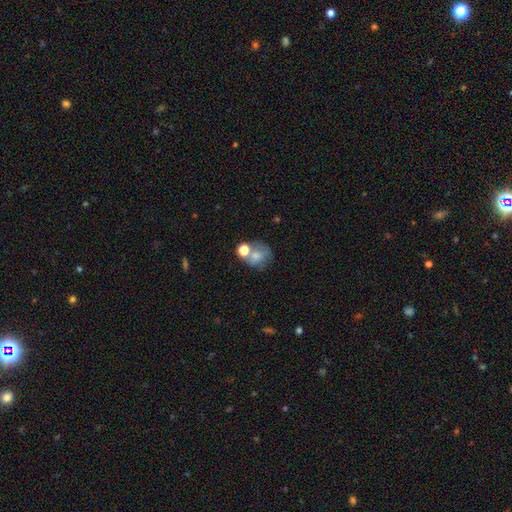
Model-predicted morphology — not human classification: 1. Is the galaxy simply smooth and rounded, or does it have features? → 67% smooth, 21% featured or disk, 12% star or artifact.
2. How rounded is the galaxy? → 66% round, 33% in between, 1% cigar-shaped.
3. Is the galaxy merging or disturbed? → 38% none, 35% merger, 16% minor disturbance, 12% major disturbance.